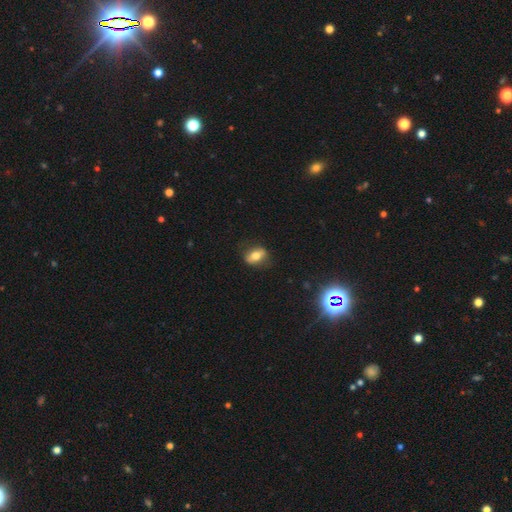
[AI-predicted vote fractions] This appears to be a smooth galaxy with no disk features (65%) that is in between round and cigar-shaped (79%). Merging: none (79%).